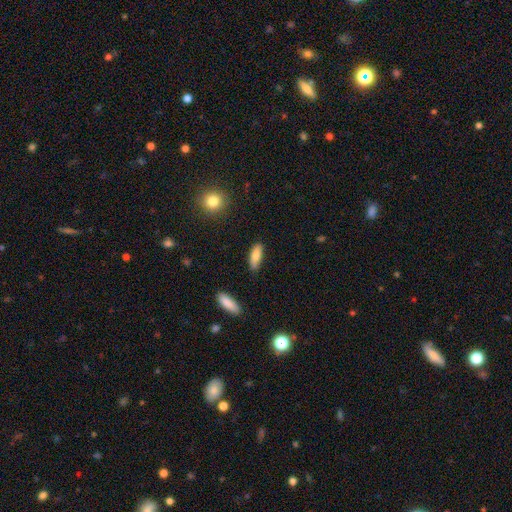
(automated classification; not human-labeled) Smooth or featured: smooth — 83% (featured or disk — 11%)
How rounded: in between — 63% (cigar-shaped — 35%)
Merging: none — 76% (minor disturbance — 18%)